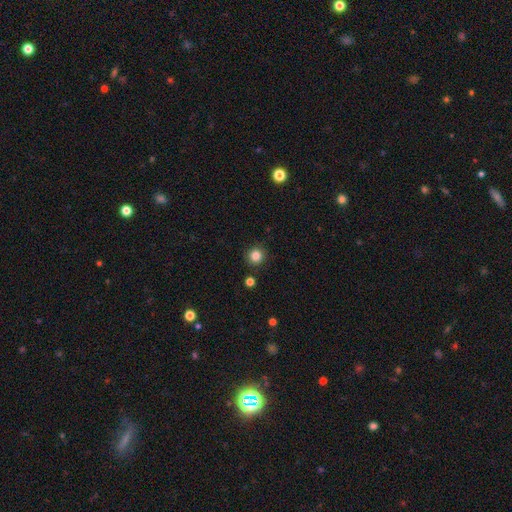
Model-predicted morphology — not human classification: This is clearly a smooth galaxy (84%). How rounded: clearly round (94%). Merging: clearly none (90%).